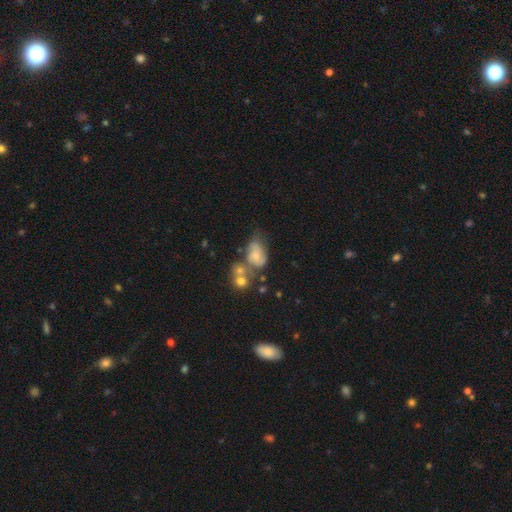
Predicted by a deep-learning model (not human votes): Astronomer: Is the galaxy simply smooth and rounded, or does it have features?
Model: smooth — 49% (runner-up: featured or disk, 41%).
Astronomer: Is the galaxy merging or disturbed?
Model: merger — 35% (runner-up: none, 26%).